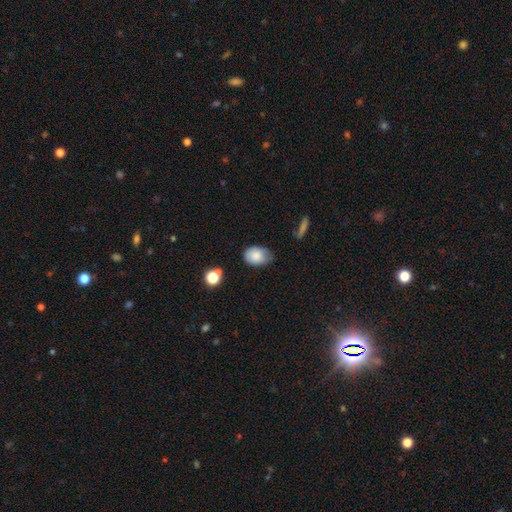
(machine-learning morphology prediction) Smooth or featured? Predicted: smooth (p=0.83). How rounded? Predicted: in between (p=0.76). Merging? Predicted: none (p=0.57).